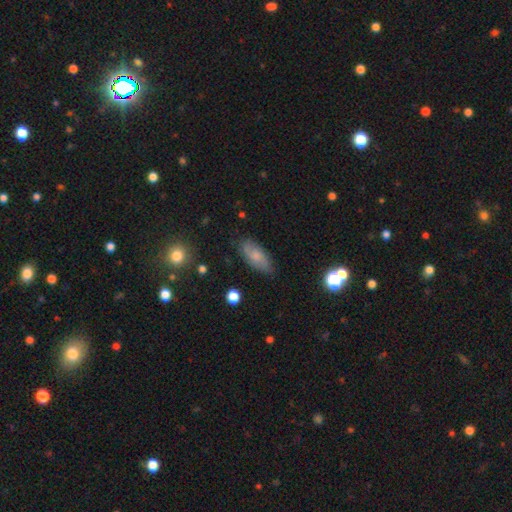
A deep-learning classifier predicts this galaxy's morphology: Q: Smooth or featured?
A: smooth (63%); runner-up: featured or disk (28%)
Q: How rounded?
A: in between (85%); runner-up: cigar-shaped (12%)
Q: Merging?
A: none (78%); runner-up: minor disturbance (17%)